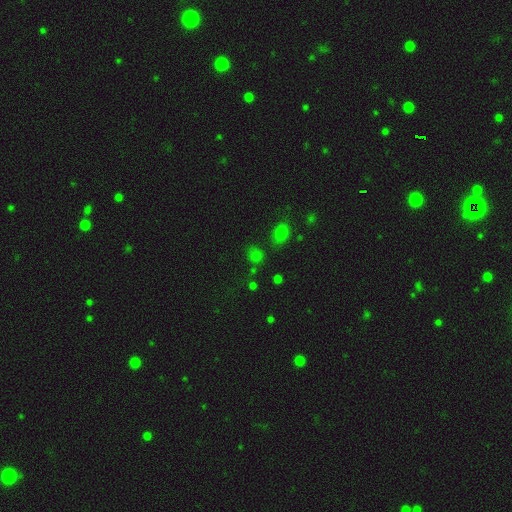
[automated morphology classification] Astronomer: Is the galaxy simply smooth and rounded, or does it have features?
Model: smooth — 63%.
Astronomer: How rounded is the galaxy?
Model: round — 66%.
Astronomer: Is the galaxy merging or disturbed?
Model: none — 65%.